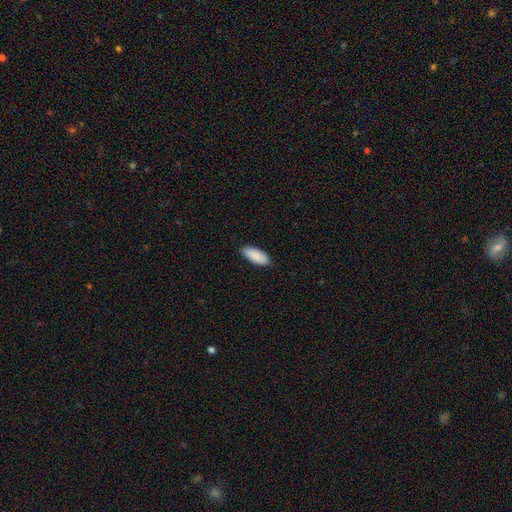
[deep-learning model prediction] Q: Smooth or featured?
A: smooth (89%); runner-up: star or artifact (6%)
Q: How rounded?
A: in between (85%); runner-up: cigar-shaped (13%)
Q: Merging?
A: none (87%); runner-up: minor disturbance (11%)